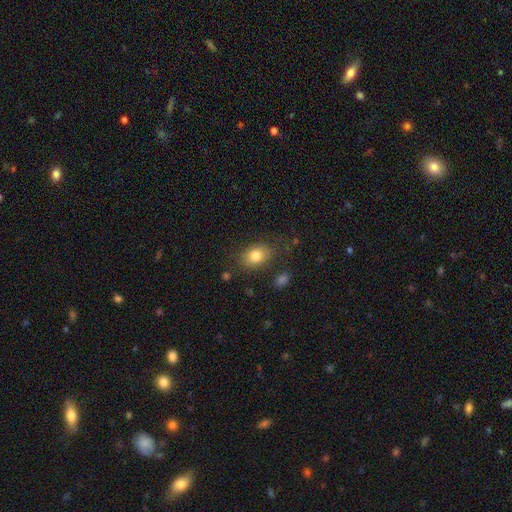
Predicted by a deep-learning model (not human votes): The model was most divided on "how rounded": in between: 73%, round: 26%, cigar-shaped: 1%. More confident: smooth or featured — smooth (82%); merging — none (78%).